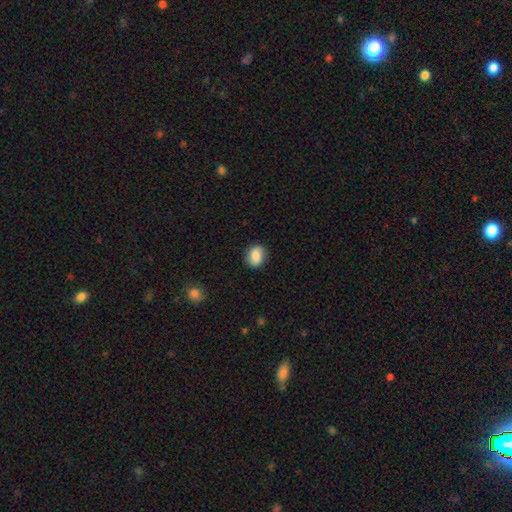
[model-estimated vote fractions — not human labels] Smooth or featured? smooth (80%)
How rounded? round (50%)
Merging? none (82%)